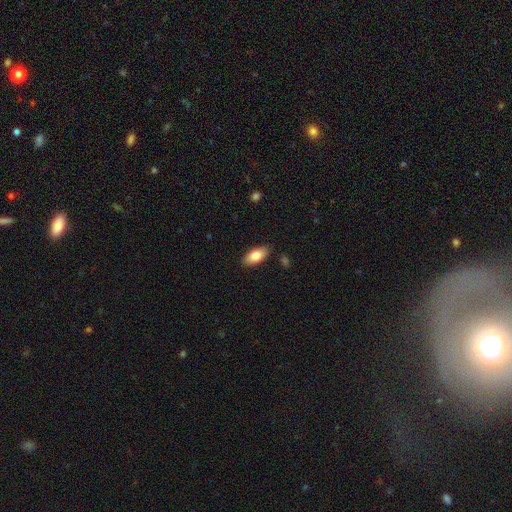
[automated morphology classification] This is clearly a smooth galaxy (81%). How rounded: clearly in between (91%). Merging: clearly none (87%).